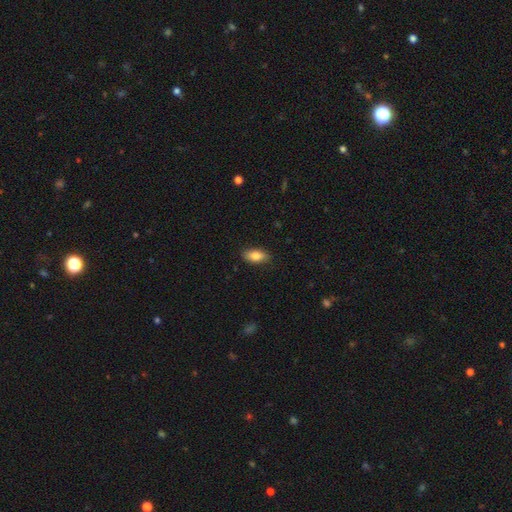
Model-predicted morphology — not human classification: A smooth galaxy with no disk features (82%) that is in between round and cigar-shaped (89%).

Vote fractions:
- Smooth or featured? smooth: 82% / featured or disk: 11% / star or artifact: 7%
- How rounded? in between: 89% / cigar-shaped: 7% / round: 4%
- Merging? none: 86% / minor disturbance: 10% / major disturbance: 2% / merger: 1%